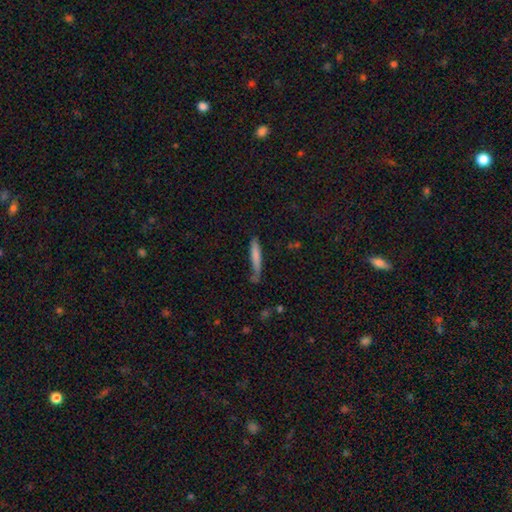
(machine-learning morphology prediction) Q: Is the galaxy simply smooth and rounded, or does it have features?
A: smooth — 75%.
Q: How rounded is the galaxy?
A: cigar-shaped — 92%.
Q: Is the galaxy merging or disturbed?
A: none — 63%.